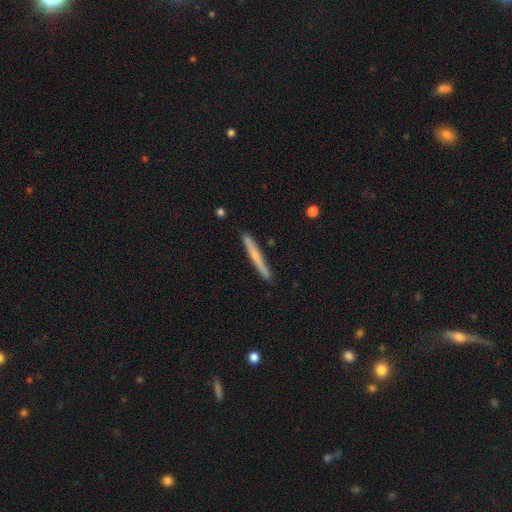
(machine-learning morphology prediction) A smooth galaxy with no disk features (51%) that is cigar-shaped (97%).

Vote fractions:
- Smooth or featured? smooth: 51% / featured or disk: 43% / star or artifact: 6%
- How rounded? cigar-shaped: 97% / in between: 2% / round: 1%
- Merging? none: 88% / minor disturbance: 9% / merger: 2% / major disturbance: 1%